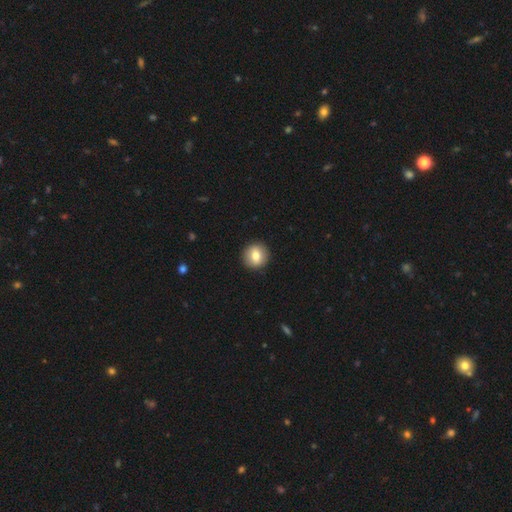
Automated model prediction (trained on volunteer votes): Smooth or featured? smooth (75%)
How rounded? round (91%)
Merging? none (92%)